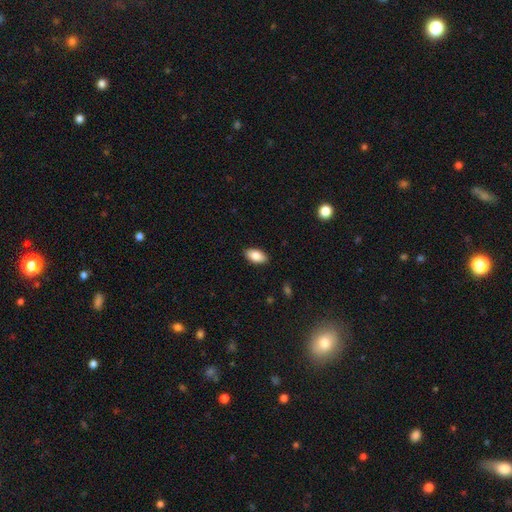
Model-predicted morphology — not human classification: The model was most divided on "smooth or featured": smooth: 85%, featured or disk: 8%, star or artifact: 7%. More confident: how rounded — in between (94%); merging — none (89%).